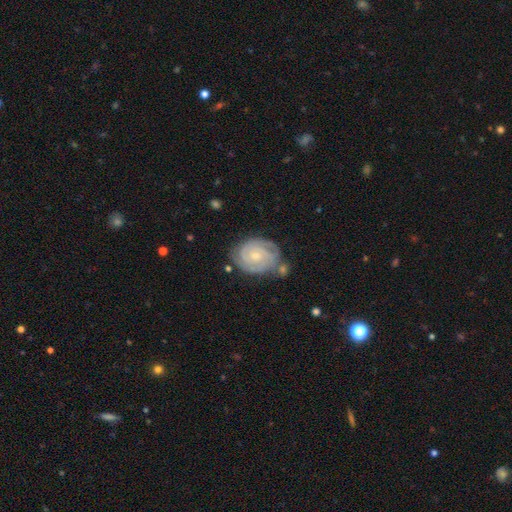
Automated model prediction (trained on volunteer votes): A featured or disk galaxy (81%) with no bar (69%), 2 (38%) tight (74%) spiral arms (95%) and a small central bulge (63%).

Vote fractions:
- Smooth or featured? featured or disk: 81% / smooth: 14% / star or artifact: 6%
- Edge-on disk? no: 97% / yes: 3%
- Bar? no: 69% / weak: 26% / strong: 5%
- Spiral arms? yes: 95% / no: 5%
- Spiral winding? tight: 74% / medium: 22% / loose: 4%
- Spiral arm count? 2: 38% / can't tell: 26% / 3: 22% / 4: 7% / 1: 4% / more than 4: 4%
- Bulge size? small: 63% / moderate: 33% / none: 2% / large: 1% / dominant: 1%
- Merging? none: 63% / minor disturbance: 21% / merger: 9% / major disturbance: 7%